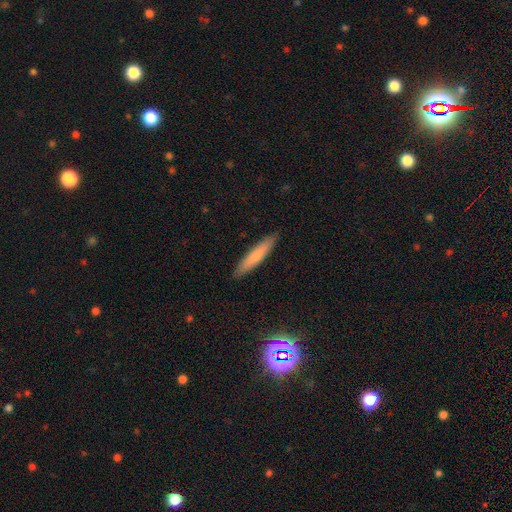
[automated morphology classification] Overall: smooth (74%). How rounded: cigar-shaped (91%). Merging: none (90%).